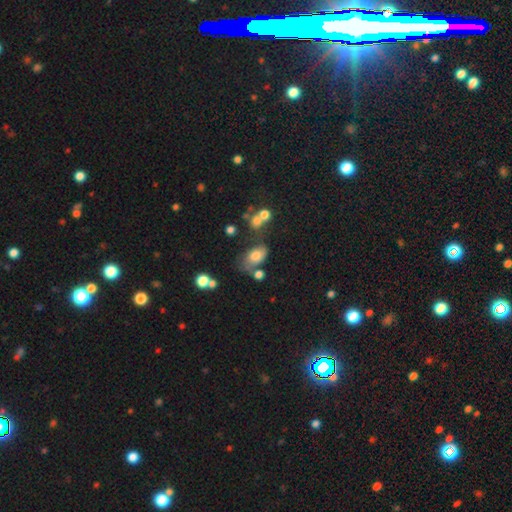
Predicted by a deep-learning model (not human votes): This appears to be a smooth galaxy with no disk features (67%) that is in between round and cigar-shaped (86%). Merging: none (40%).